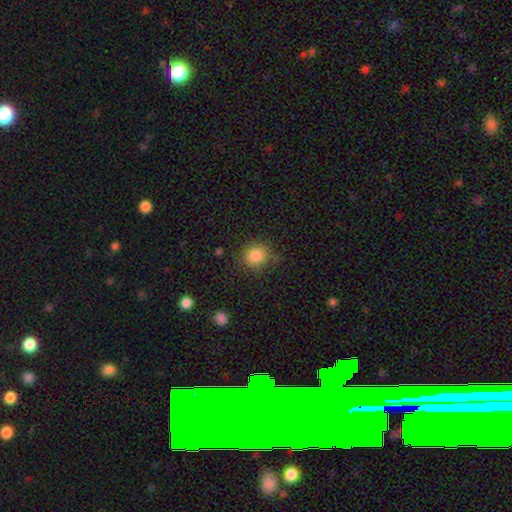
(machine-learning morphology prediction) type=smooth (85%); roundness=round (84%); merging=none (82%).